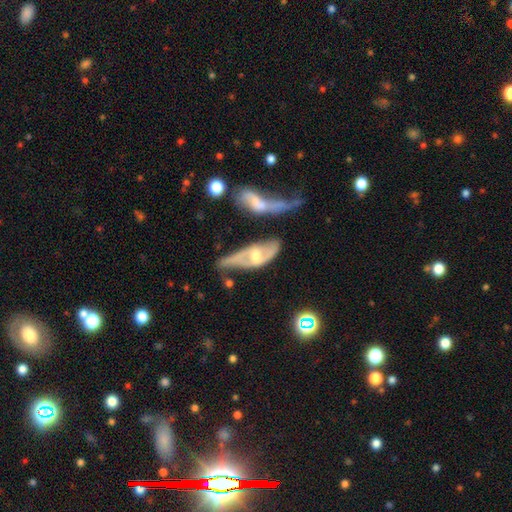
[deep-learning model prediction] A featured or disk galaxy (73%) with no bar (47%), spiral arms (66%) and a moderate central bulge (63%).

Vote fractions:
- Smooth or featured? featured or disk: 73% / smooth: 21% / star or artifact: 6%
- Edge-on disk? no: 77% / yes: 23%
- Bar? no: 47% / weak: 38% / strong: 15%
- Spiral arms? yes: 66% / no: 34%
- Bulge size? moderate: 63% / small: 27% / large: 6% / none: 3% / dominant: 1%
- Merging? none: 32% / minor disturbance: 24% / major disturbance: 23% / merger: 22%